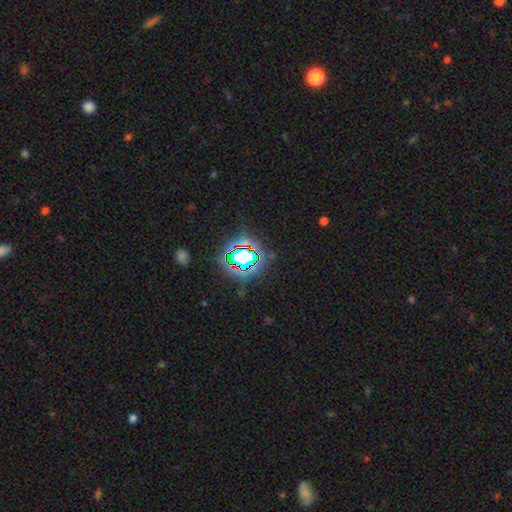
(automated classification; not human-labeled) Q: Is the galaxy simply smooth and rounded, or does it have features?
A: star or artifact — 78%.